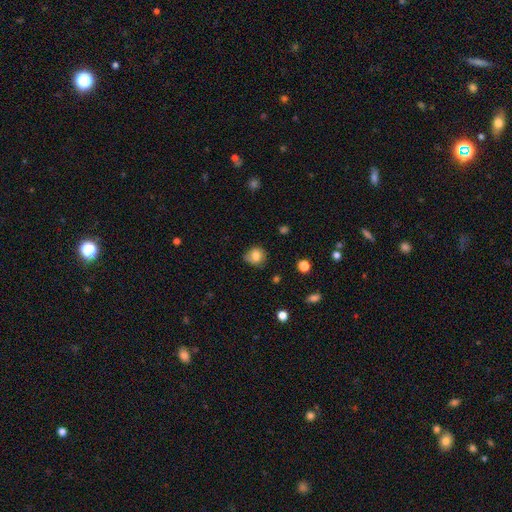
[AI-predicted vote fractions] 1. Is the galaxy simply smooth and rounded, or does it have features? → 78% smooth, 12% featured or disk, 10% star or artifact.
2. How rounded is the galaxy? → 79% round, 20% in between, 1% cigar-shaped.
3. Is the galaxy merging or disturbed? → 69% none, 24% minor disturbance, 6% major disturbance, 2% merger.